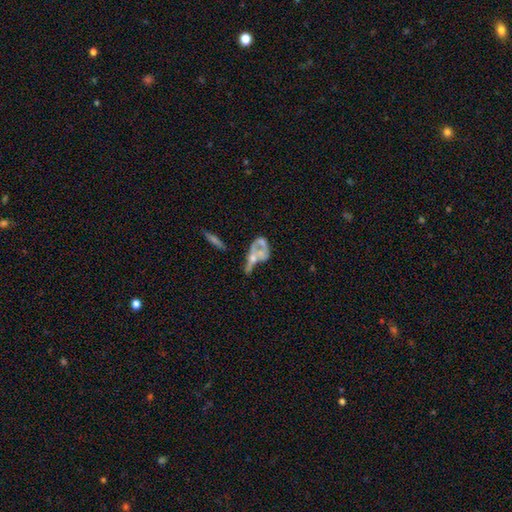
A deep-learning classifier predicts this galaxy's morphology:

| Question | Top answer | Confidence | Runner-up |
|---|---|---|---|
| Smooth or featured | featured or disk | 53% | smooth (37%) |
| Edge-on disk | no | 92% | yes (8%) |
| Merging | merger | 45% | major disturbance (27%) |